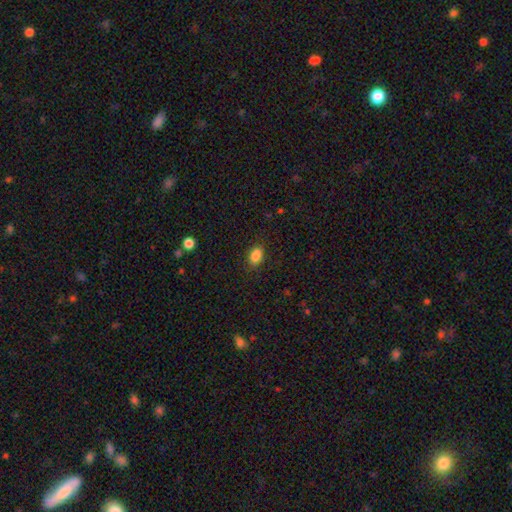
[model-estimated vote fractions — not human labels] Morphology: type=smooth (87%); roundness=in between (86%); merging=none (85%).